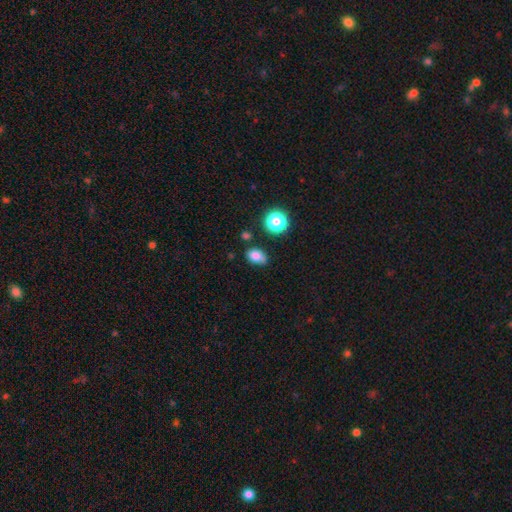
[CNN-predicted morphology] This appears to be a smooth galaxy with no disk features (81%) that is in between round and cigar-shaped (79%). Merging: none (67%).